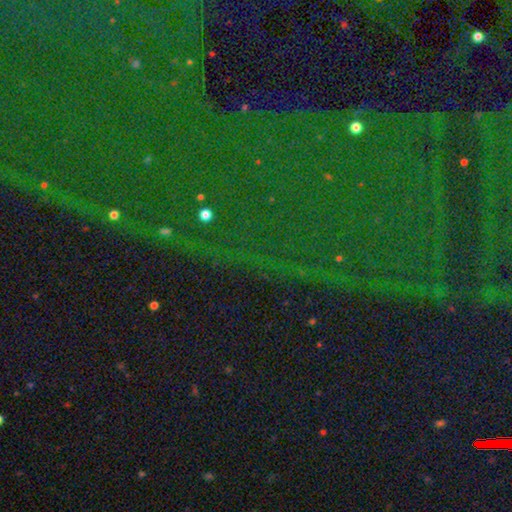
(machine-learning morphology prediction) A star or artifact, not a galaxy (86%).

Vote fractions:
- Smooth or featured? star or artifact: 86% / smooth: 7% / featured or disk: 7%